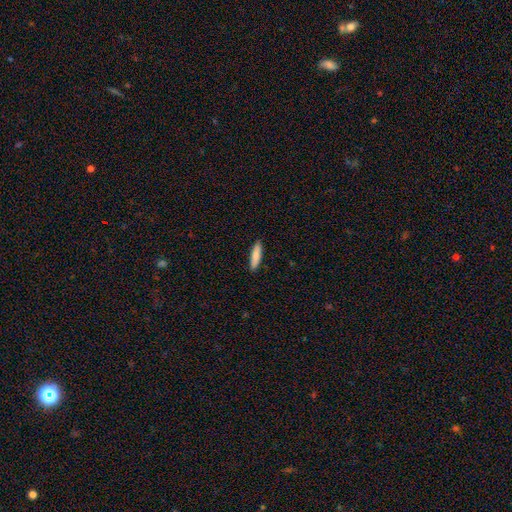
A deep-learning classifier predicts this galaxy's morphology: type=smooth (84%); roundness=cigar-shaped (75%); merging=none (89%).